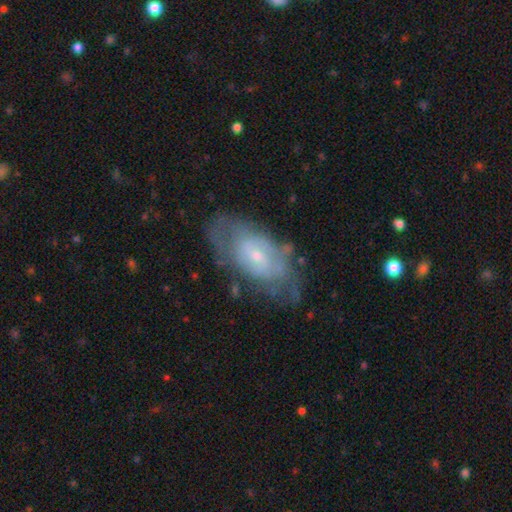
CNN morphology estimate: This is likely a featured or disk galaxy (67%). It is clearly not viewed edge-on (93%). Bar: possibly no (59%). Spiral arm pattern: likely yes (68%). Central bulge: likely small (67%). Merging: possibly none (60%).